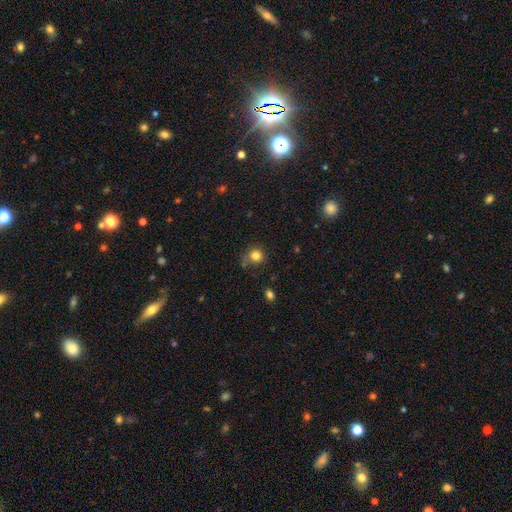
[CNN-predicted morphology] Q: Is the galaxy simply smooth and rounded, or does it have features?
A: smooth — 82%.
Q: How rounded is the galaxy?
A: round — 88%.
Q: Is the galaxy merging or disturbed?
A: none — 71%.